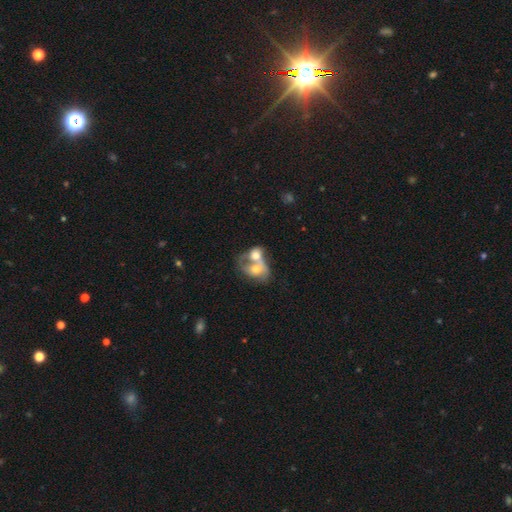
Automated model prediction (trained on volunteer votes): Q: Smooth or featured?
A: smooth (49%); runner-up: featured or disk (44%)
Q: Merging?
A: merger (82%); runner-up: none (8%)